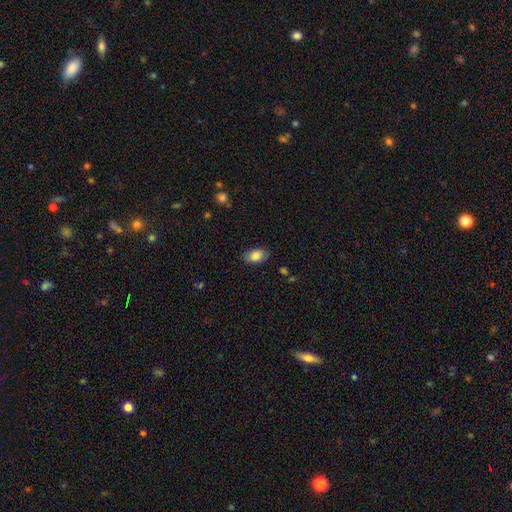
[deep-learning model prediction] Q: Smooth or featured?
A: smooth (84%); runner-up: featured or disk (8%)
Q: How rounded?
A: in between (91%); runner-up: round (8%)
Q: Merging?
A: none (82%); runner-up: minor disturbance (13%)